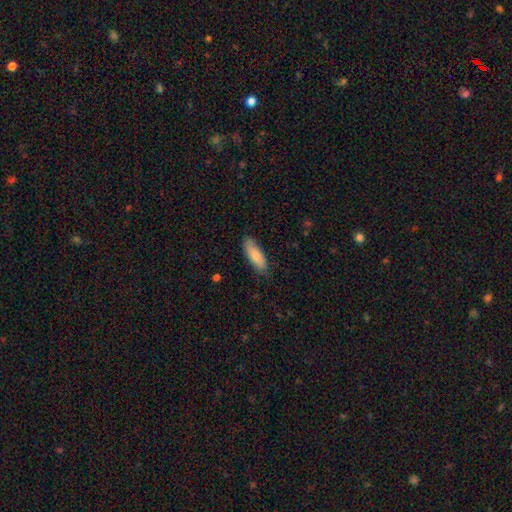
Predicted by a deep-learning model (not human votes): This appears to be a smooth galaxy with no disk features (83%) that is in between round and cigar-shaped (67%). Merging: none (81%).